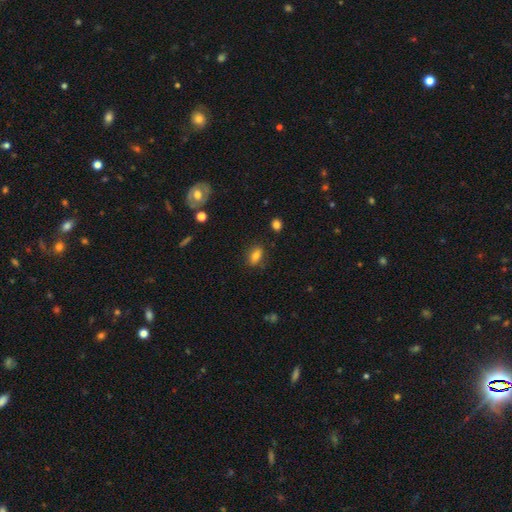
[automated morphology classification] This is likely a smooth galaxy (78%). How rounded: clearly in between (83%). Merging: clearly none (82%).